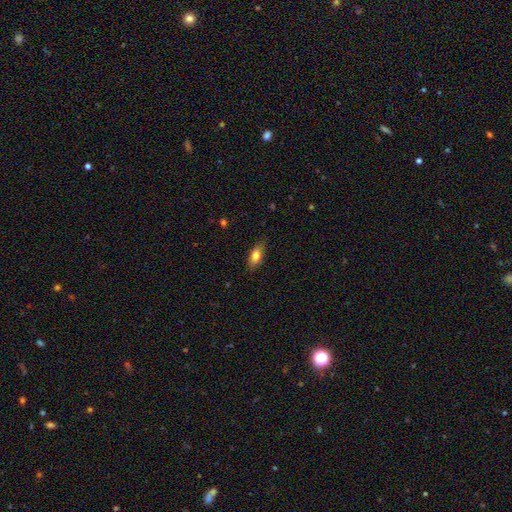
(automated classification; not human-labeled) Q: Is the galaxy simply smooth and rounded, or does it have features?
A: smooth — 74%.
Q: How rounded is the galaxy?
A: in between — 75%.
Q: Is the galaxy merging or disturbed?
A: none — 81%.